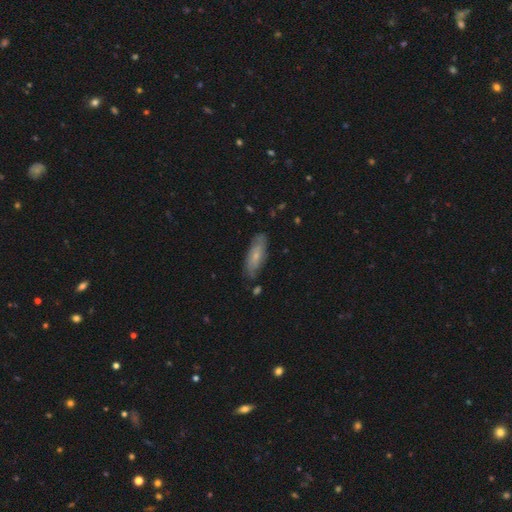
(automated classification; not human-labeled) This is possibly a smooth galaxy (50%). How rounded: likely in between (64%). Merging: likely none (77%).